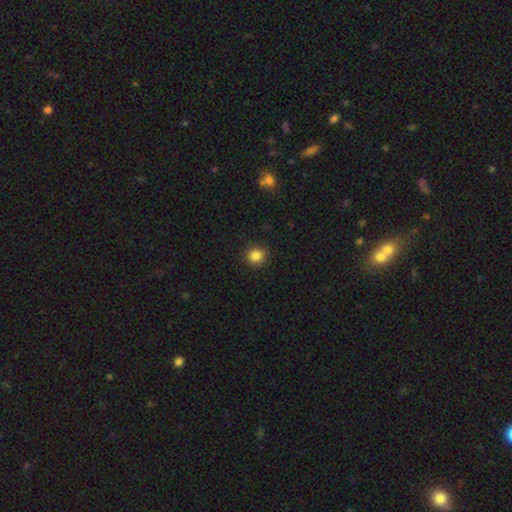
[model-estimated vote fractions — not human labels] Smooth or featured? Predicted: smooth (p=0.85). How rounded? Predicted: round (p=0.91). Merging? Predicted: none (p=0.91).